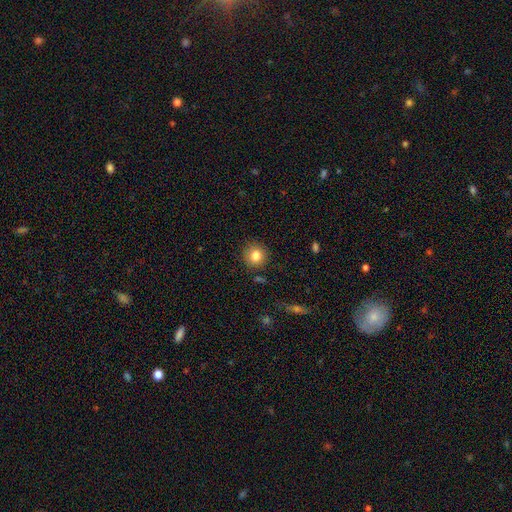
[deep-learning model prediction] The model was most divided on "smooth or featured": smooth: 82%, star or artifact: 10%, featured or disk: 8%. More confident: how rounded — round (90%); merging — none (88%).